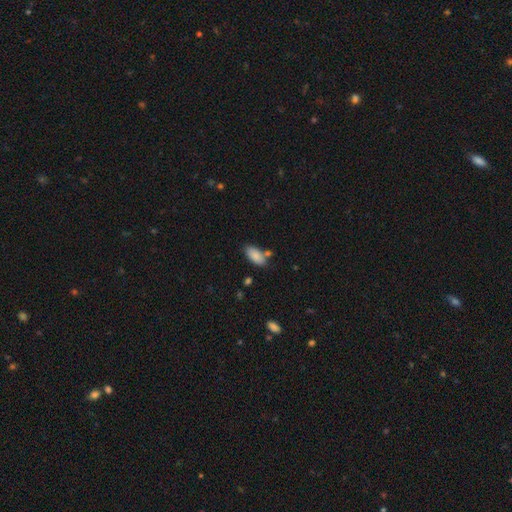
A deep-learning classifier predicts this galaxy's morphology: Overall: smooth (87%). How rounded: in between (92%). Merging: none (67%).